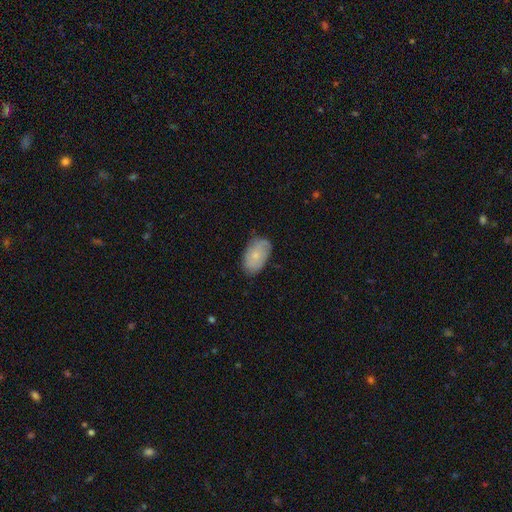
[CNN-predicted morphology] Smooth or featured? smooth (66%)
How rounded? in between (91%)
Merging? none (74%)